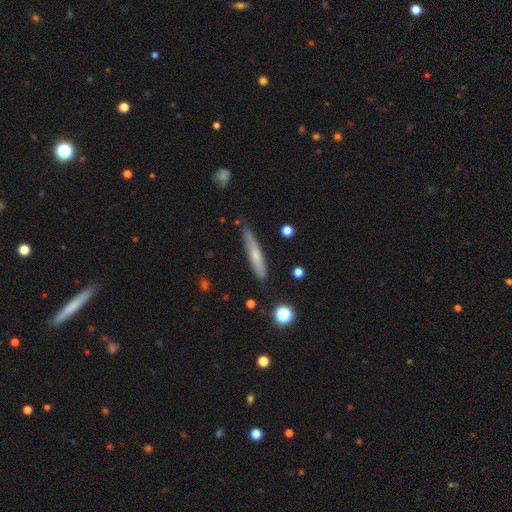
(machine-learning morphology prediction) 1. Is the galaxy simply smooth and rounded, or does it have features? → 59% smooth, 34% featured or disk, 7% star or artifact.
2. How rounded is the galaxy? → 90% cigar-shaped, 8% in between, 2% round.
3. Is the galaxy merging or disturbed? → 79% none, 16% minor disturbance, 3% major disturbance, 2% merger.